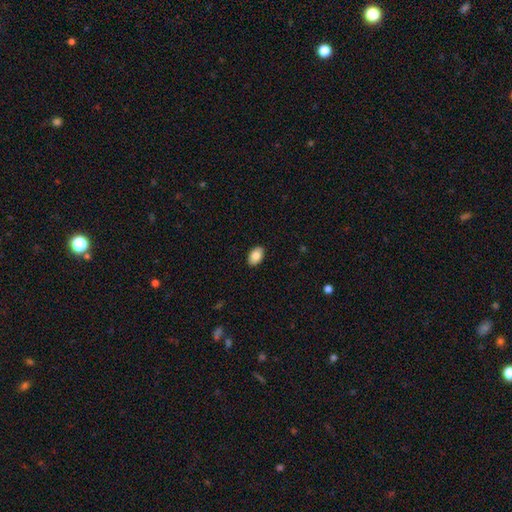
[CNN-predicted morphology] A smooth galaxy with no disk features (85%) that is in between round and cigar-shaped (92%). Merging: none (90%).